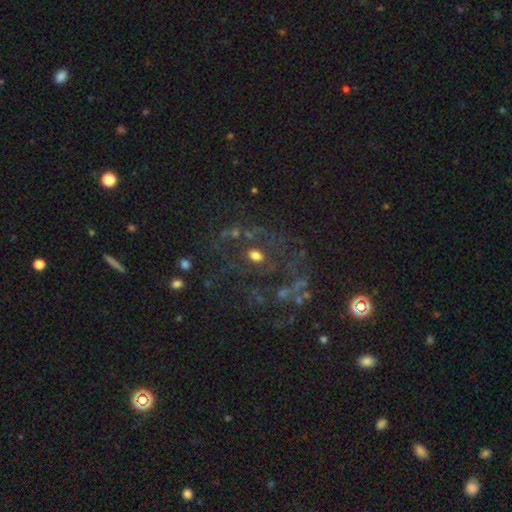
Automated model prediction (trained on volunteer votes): Smooth or featured? featured or disk (43%)
Merging? none (62%)